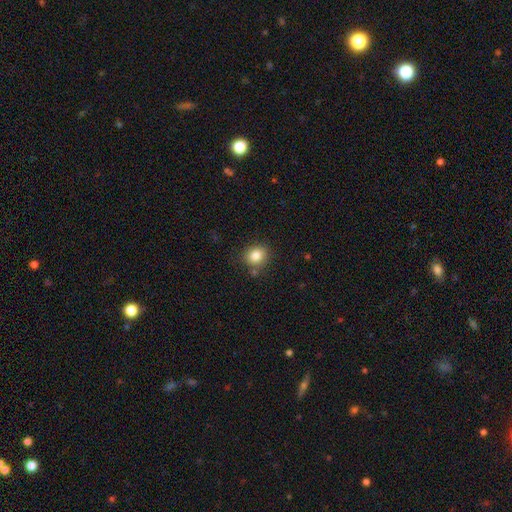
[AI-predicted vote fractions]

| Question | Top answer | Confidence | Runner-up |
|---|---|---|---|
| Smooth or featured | smooth | 83% | star or artifact (10%) |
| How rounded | round | 66% | in between (33%) |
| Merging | none | 82% | minor disturbance (11%) |